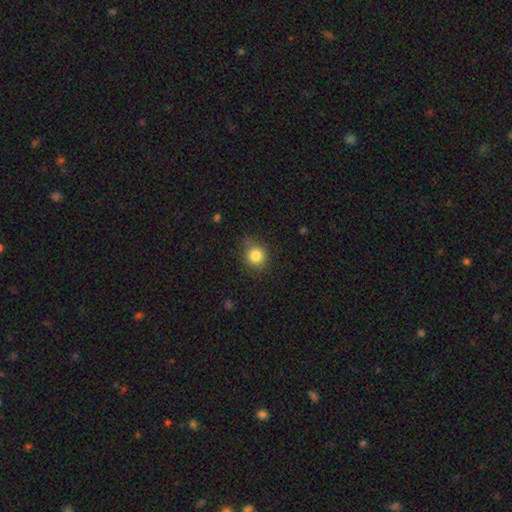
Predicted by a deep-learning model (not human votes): Smooth or featured?
  - smooth: 83% *
  - star or artifact: 11%
  - featured or disk: 6%
How rounded?
  - round: 84% *
  - in between: 15%
  - cigar-shaped: 1%
Merging?
  - none: 76% *
  - minor disturbance: 18%
  - major disturbance: 4%
  - merger: 2%